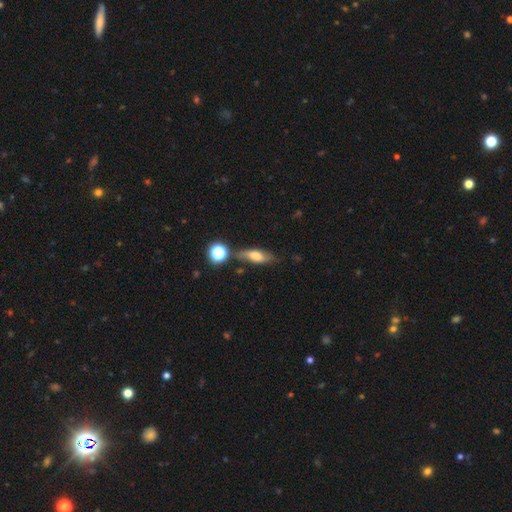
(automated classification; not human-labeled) A smooth galaxy with no disk features (58%) that is in between round and cigar-shaped (62%).

Vote fractions:
- Smooth or featured? smooth: 58% / featured or disk: 31% / star or artifact: 11%
- How rounded? in between: 62% / cigar-shaped: 30% / round: 8%
- Merging? none: 62% / minor disturbance: 22% / merger: 9% / major disturbance: 7%